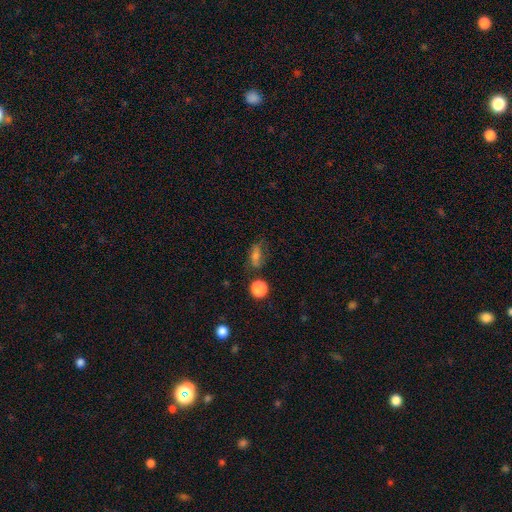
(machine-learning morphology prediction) This appears to be a smooth galaxy with no disk features (62%) that is in between round and cigar-shaped (69%). Merging: none (61%).